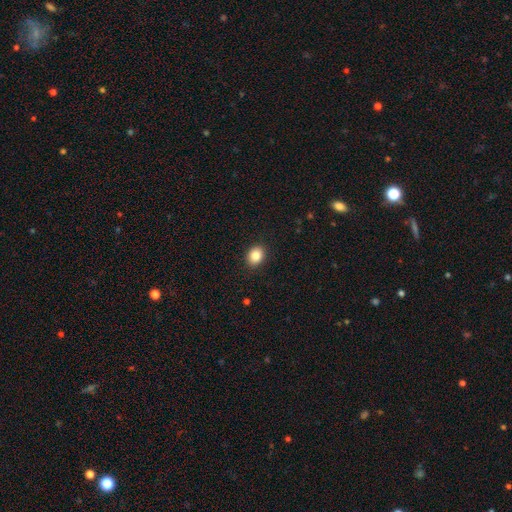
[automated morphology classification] smooth-or-featured: smooth: 85% | star or artifact: 9% | featured or disk: 5%
  how-rounded: round: 52% | in between: 47% | cigar-shaped: 1%
  merging: none: 91% | minor disturbance: 6% | major disturbance: 2% | merger: 1%